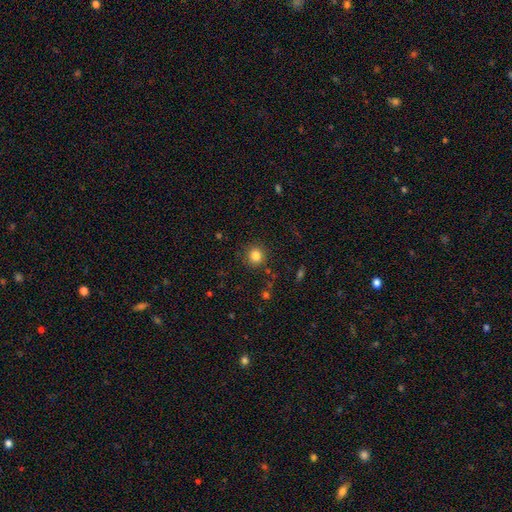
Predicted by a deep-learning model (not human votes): A smooth galaxy with no disk features (83%) that is round (91%). Merging: none (88%).